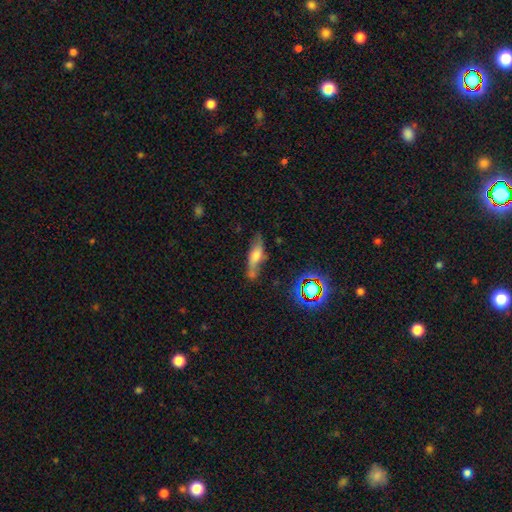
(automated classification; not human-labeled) Q: Smooth or featured?
A: smooth (45%); runner-up: featured or disk (43%)
Q: Merging?
A: none (59%); runner-up: minor disturbance (25%)